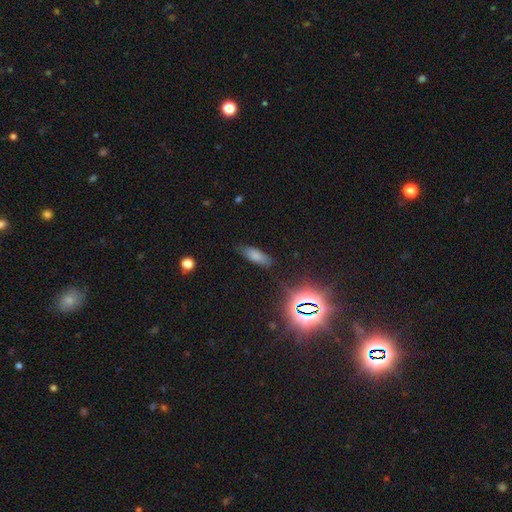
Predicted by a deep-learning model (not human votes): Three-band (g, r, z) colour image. It shows a smooth galaxy with no disk features (73%) that is in between round and cigar-shaped (67%). Merging: none (78%).